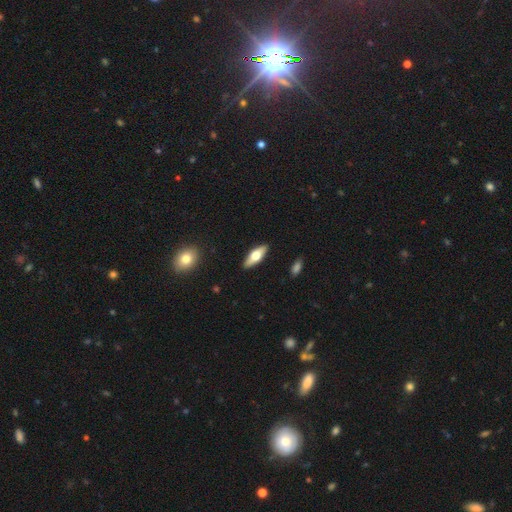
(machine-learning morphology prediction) A smooth galaxy with no disk features (57%) that is in between round and cigar-shaped (64%). Merging: none (89%).